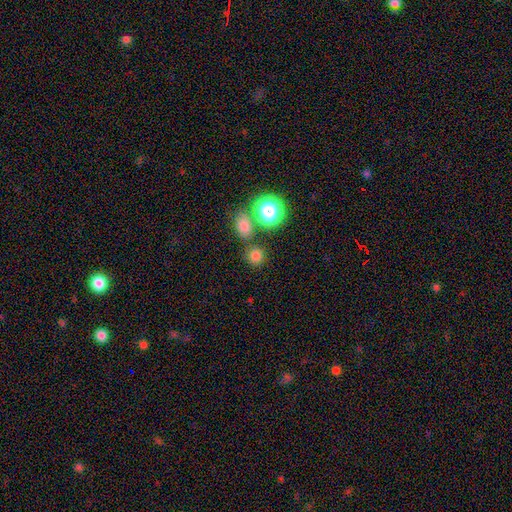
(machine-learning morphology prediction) Q: Smooth or featured?
A: smooth (76%); runner-up: star or artifact (19%)
Q: How rounded?
A: round (87%); runner-up: in between (12%)
Q: Merging?
A: none (76%); runner-up: merger (12%)